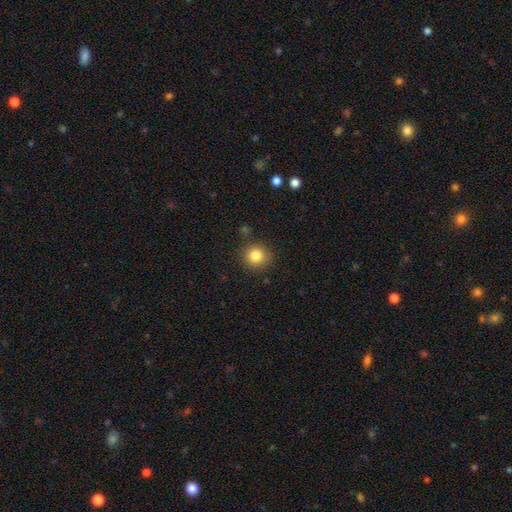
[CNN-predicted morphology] smooth_or_featured: smooth (p=0.84) [alt: star or artifact p=0.11]
how_rounded: round (p=0.89) [alt: in between p=0.10]
merging: none (p=0.84) [alt: minor disturbance p=0.10]